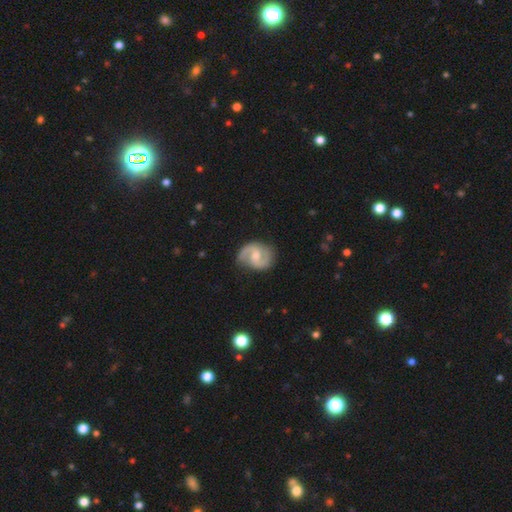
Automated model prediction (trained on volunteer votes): A featured or disk galaxy (87%) with a weak bar (51%), 2 (92%) medium (57%) spiral arms (97%) and a moderate central bulge (60%).

Vote fractions:
- Smooth or featured? featured or disk: 87% / smooth: 9% / star or artifact: 4%
- Edge-on disk? no: 98% / yes: 2%
- Bar? weak: 51% / no: 40% / strong: 10%
- Spiral arms? yes: 97% / no: 3%
- Spiral winding? medium: 57% / tight: 25% / loose: 18%
- Spiral arm count? 2: 92% / can't tell: 3% / 1: 2% / 3: 1% / 4: 1% / more than 4: 1%
- Bulge size? moderate: 60% / small: 29% / none: 5% / large: 5% / dominant: 1%
- Merging? none: 79% / minor disturbance: 16% / major disturbance: 4% / merger: 1%